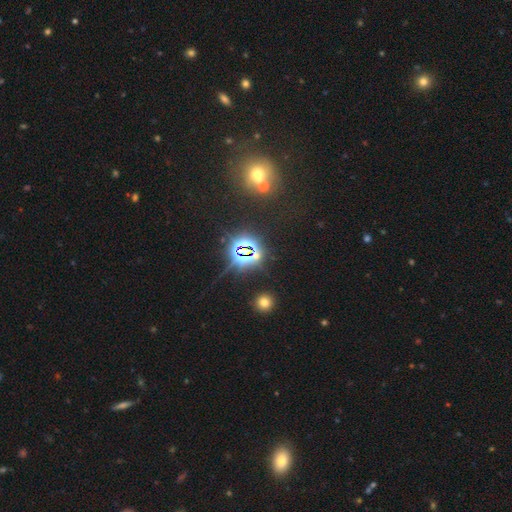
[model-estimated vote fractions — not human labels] Overall: star or artifact (75%).